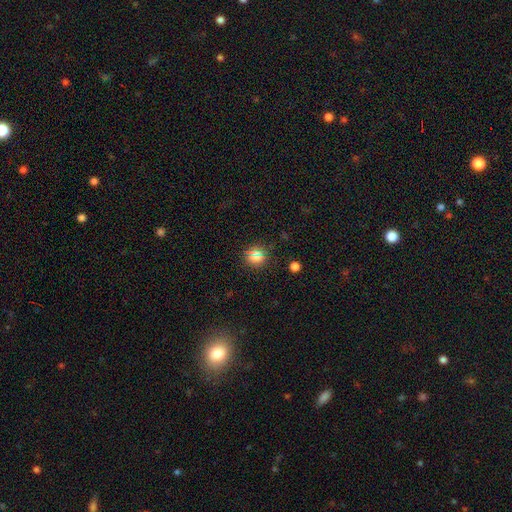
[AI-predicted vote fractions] Smooth or featured: smooth — 66% (star or artifact — 27%)
How rounded: round — 88% (in between — 10%)
Merging: none — 87% (minor disturbance — 8%)